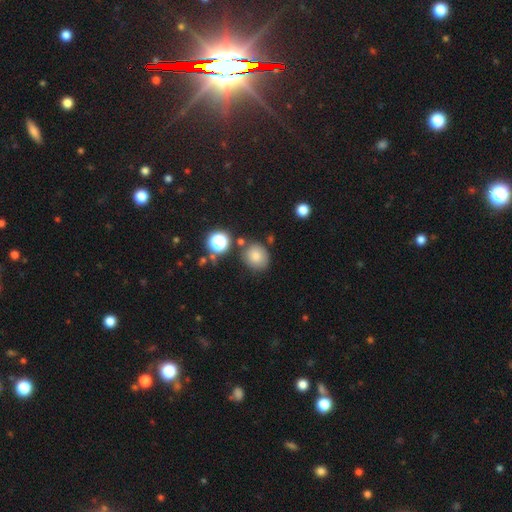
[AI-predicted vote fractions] The model was most divided on "how rounded": round: 72%, in between: 27%, cigar-shaped: 1%. More confident: smooth or featured — smooth (79%); merging — none (75%).